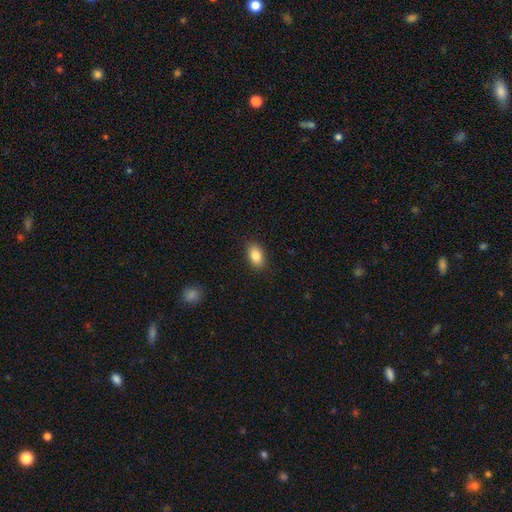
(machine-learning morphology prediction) smooth-or-featured: smooth: 84% | featured or disk: 8% | star or artifact: 8%
  how-rounded: in between: 90% | round: 7% | cigar-shaped: 3%
  merging: none: 89% | minor disturbance: 8% | major disturbance: 2% | merger: 1%